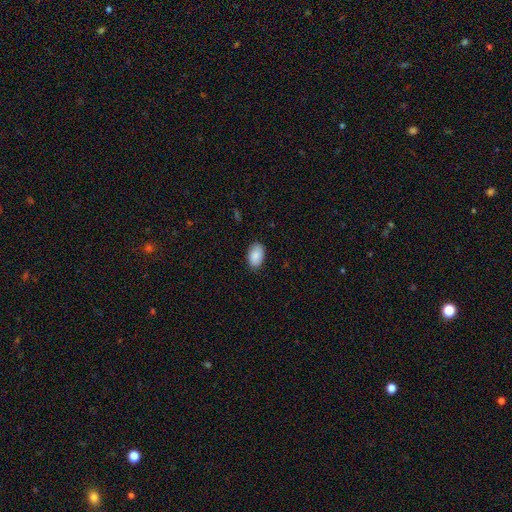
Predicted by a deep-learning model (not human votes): Smooth or featured?
  - smooth: 90% *
  - star or artifact: 6%
  - featured or disk: 4%
How rounded?
  - in between: 93% *
  - round: 6%
  - cigar-shaped: 1%
Merging?
  - none: 86% *
  - minor disturbance: 11%
  - major disturbance: 2%
  - merger: 1%